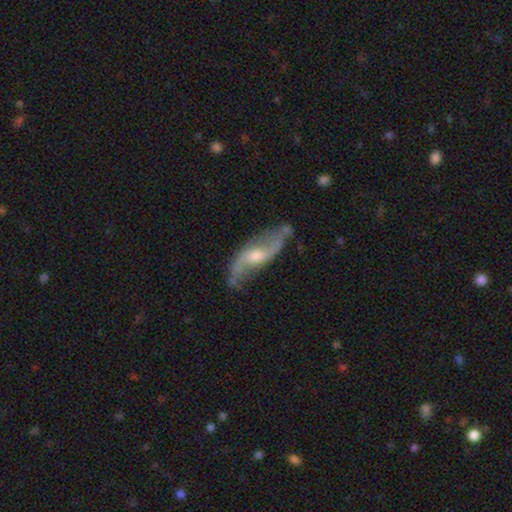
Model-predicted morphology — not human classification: A featured or disk galaxy (84%) with no bar (45%), 2 (92%) loose (76%) spiral arms (94%) and a moderate central bulge (61%).

Vote fractions:
- Smooth or featured? featured or disk: 84% / smooth: 10% / star or artifact: 5%
- Edge-on disk? no: 89% / yes: 11%
- Bar? no: 45% / weak: 43% / strong: 12%
- Spiral arms? yes: 94% / no: 6%
- Spiral winding? loose: 76% / medium: 19% / tight: 5%
- Spiral arm count? 2: 92% / can't tell: 3% / 1: 2% / 3: 1% / 4: 1% / more than 4: 1%
- Bulge size? moderate: 61% / small: 31% / large: 5% / none: 3% / dominant: 1%
- Merging? none: 69% / minor disturbance: 20% / major disturbance: 7% / merger: 4%